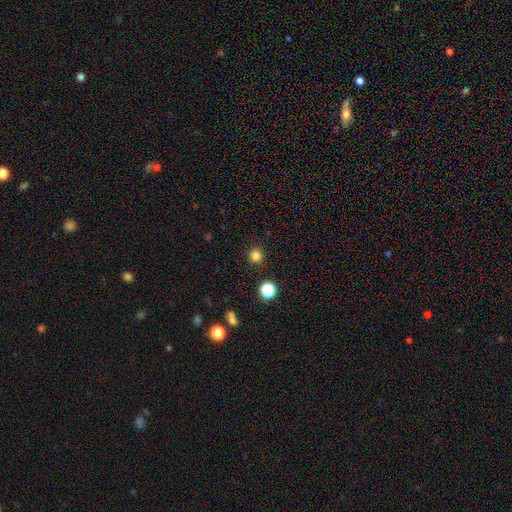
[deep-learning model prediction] Smooth or featured?
  - smooth: 82% *
  - star or artifact: 15%
  - featured or disk: 4%
How rounded?
  - round: 94% *
  - in between: 5%
  - cigar-shaped: 1%
Merging?
  - none: 92% *
  - minor disturbance: 5%
  - major disturbance: 2%
  - merger: 1%